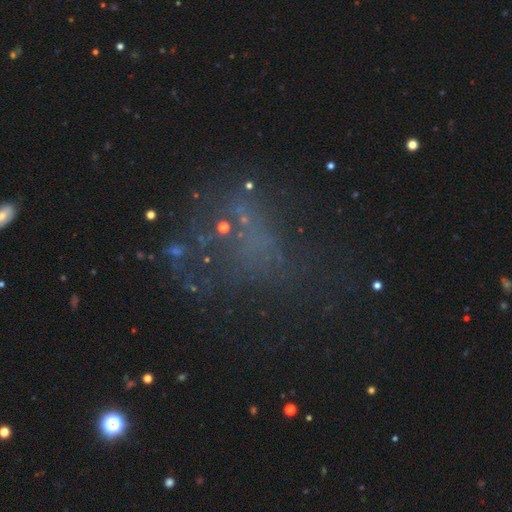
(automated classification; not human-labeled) The model was most divided on "smooth or featured": star or artifact: 40%, featured or disk: 34%, smooth: 26%.